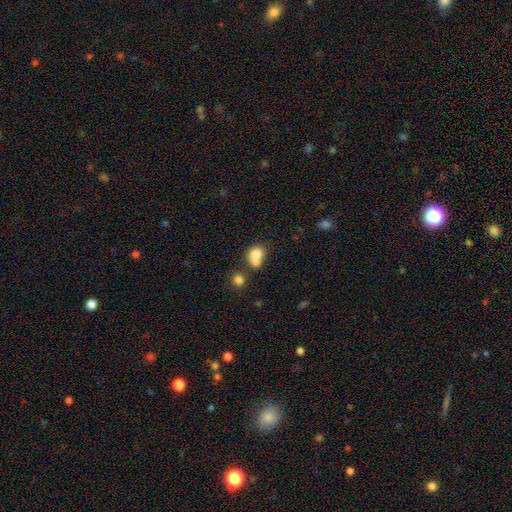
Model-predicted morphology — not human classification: A smooth galaxy with no disk features (75%) that is round (56%). Merging: merger (60%).